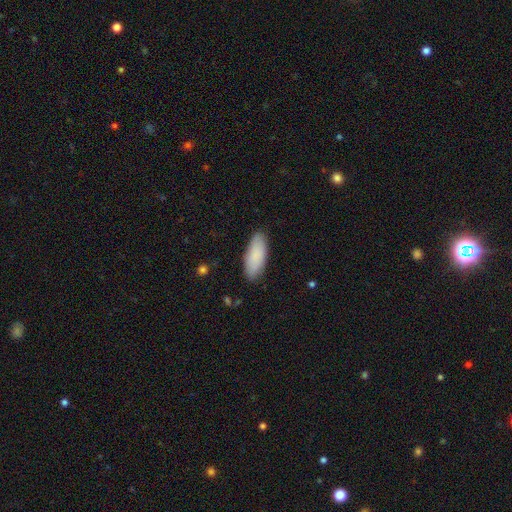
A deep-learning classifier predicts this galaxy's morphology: A smooth galaxy with no disk features (88%) that is in between round and cigar-shaped (79%). Merging: none (87%).